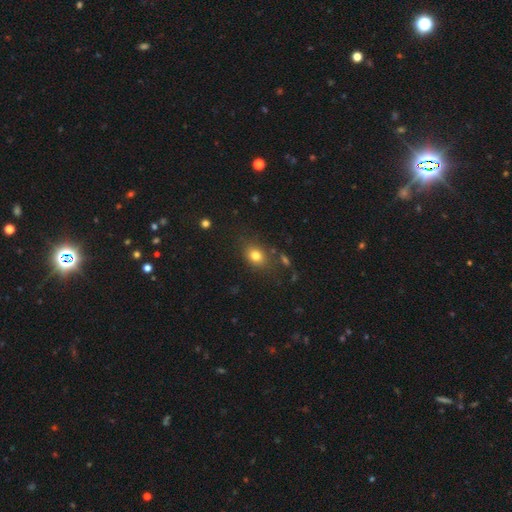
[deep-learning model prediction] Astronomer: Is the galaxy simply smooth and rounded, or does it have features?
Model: smooth — 79%.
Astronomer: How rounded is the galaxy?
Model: in between — 53% (runner-up: round, 45%).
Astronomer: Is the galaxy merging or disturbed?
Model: none — 77%.